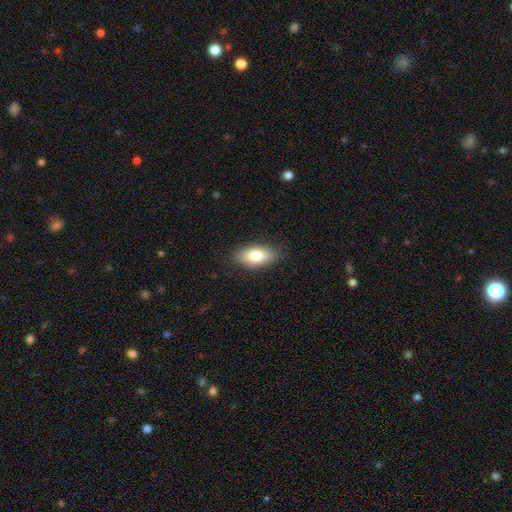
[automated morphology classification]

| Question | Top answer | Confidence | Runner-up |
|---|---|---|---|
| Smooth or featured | smooth | 79% | featured or disk (14%) |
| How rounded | in between | 90% | cigar-shaped (6%) |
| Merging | none | 86% | minor disturbance (10%) |